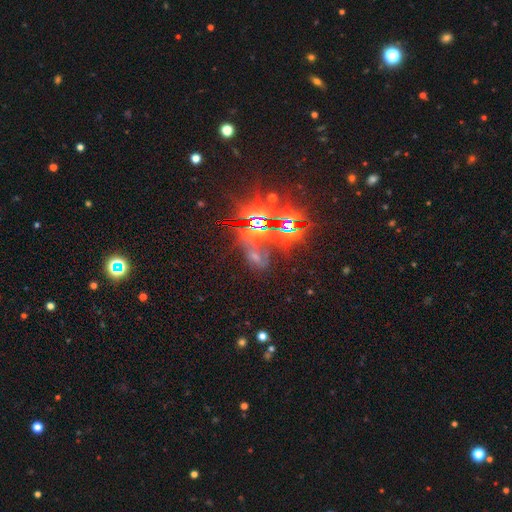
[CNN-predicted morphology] Smooth or featured? Predicted: star or artifact (p=0.63).